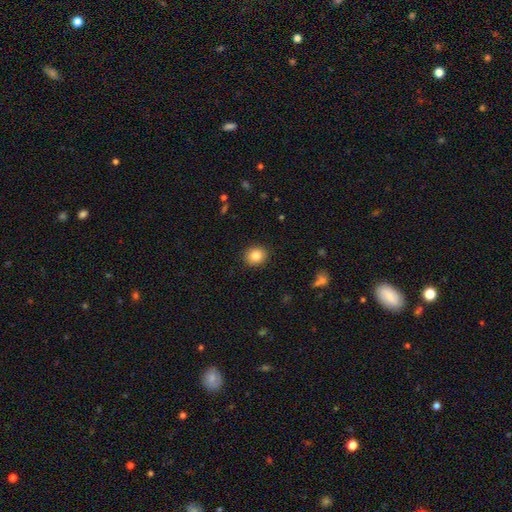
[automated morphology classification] smooth 85%, star or artifact 9%, featured or disk 6%. Down the decision tree: how rounded — round (77%); merging — none (91%).